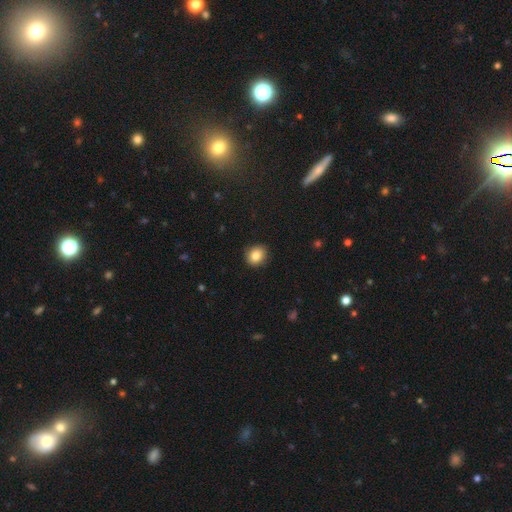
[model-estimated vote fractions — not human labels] Overall: smooth (84%). How rounded: round (75%). Merging: none (88%).